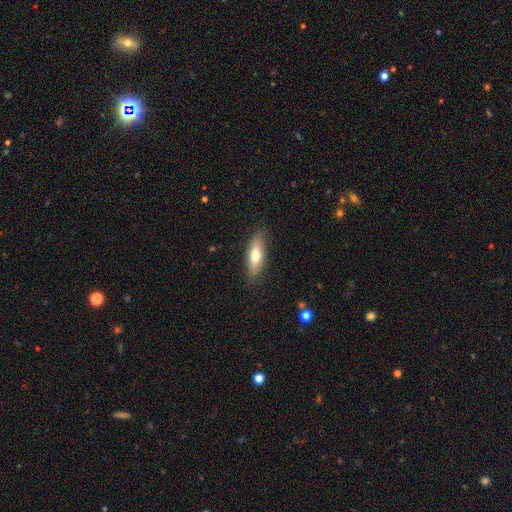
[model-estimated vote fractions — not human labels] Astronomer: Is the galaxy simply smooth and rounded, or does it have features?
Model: smooth — 66%.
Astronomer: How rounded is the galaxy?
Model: in between — 52% (runner-up: cigar-shaped, 46%).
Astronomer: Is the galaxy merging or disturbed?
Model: none — 86%.